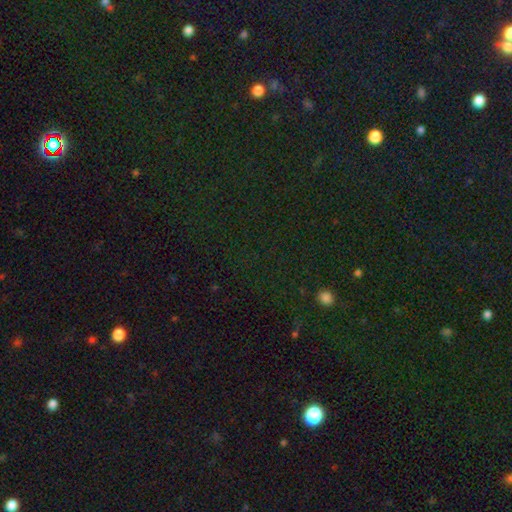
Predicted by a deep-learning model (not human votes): Smooth or featured? star or artifact (74%)